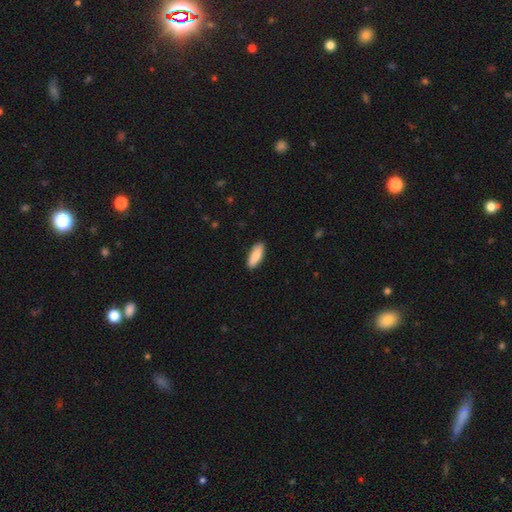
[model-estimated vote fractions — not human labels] smooth_or_featured: smooth (p=0.84) [alt: featured or disk p=0.10]
how_rounded: in between (p=0.73) [alt: cigar-shaped p=0.25]
merging: none (p=0.89) [alt: minor disturbance p=0.08]